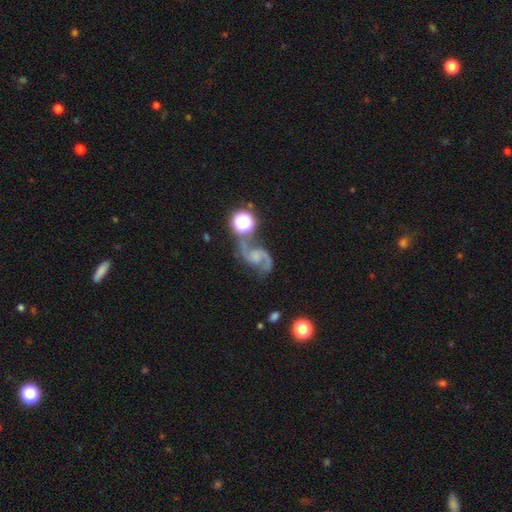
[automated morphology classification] Smooth or featured? Predicted: featured or disk (p=0.87). Edge-on disk? Predicted: no (p=0.98). Bar? Predicted: no (p=0.56). Spiral arms? Predicted: yes (p=0.98). Spiral winding? Predicted: medium (p=0.48). Spiral arm count? Predicted: 2 (p=0.93). Bulge size? Predicted: small (p=0.43). Merging? Predicted: none (p=0.62).